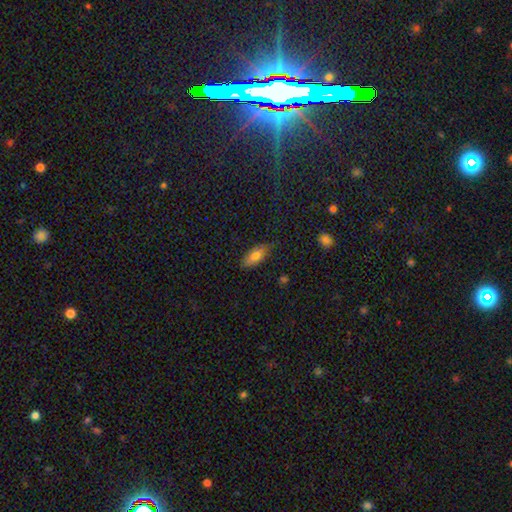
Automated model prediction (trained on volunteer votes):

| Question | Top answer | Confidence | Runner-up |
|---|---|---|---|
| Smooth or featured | smooth | 71% | featured or disk (18%) |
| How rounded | in between | 78% | cigar-shaped (18%) |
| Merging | none | 81% | minor disturbance (15%) |